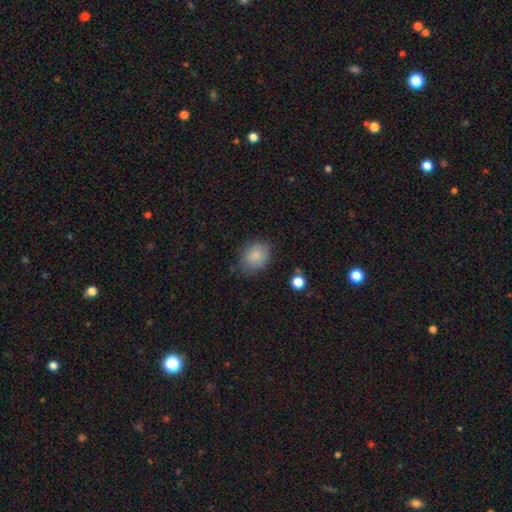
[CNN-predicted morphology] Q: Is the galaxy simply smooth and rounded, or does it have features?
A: smooth — 85%.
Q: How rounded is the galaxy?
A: round — 50%.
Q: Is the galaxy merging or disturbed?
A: none — 73%.